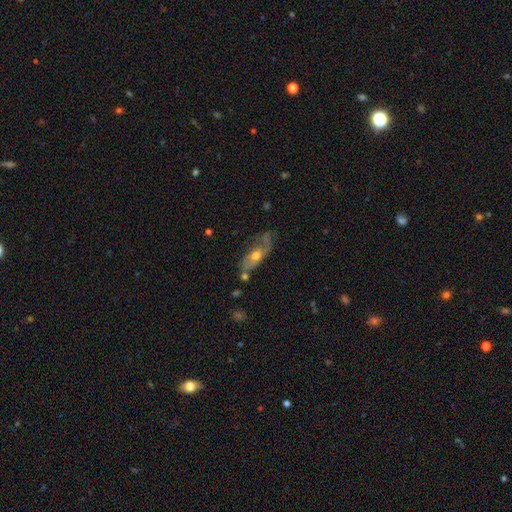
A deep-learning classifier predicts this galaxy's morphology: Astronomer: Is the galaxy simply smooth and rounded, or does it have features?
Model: featured or disk — 51% (runner-up: smooth, 42%).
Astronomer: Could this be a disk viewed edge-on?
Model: no — 75%.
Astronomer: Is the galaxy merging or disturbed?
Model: none — 45% (runner-up: minor disturbance, 28%).